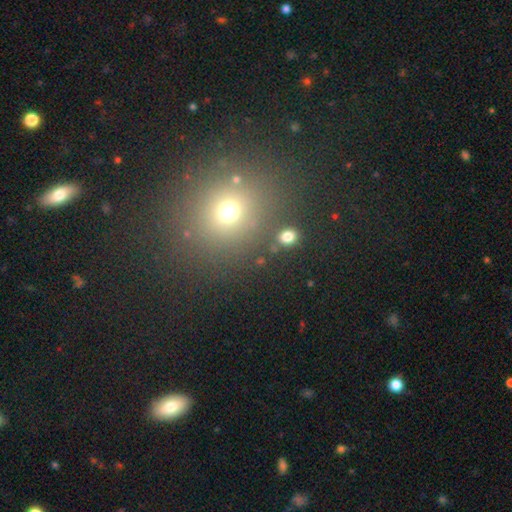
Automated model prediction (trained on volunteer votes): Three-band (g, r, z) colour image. It shows a smooth galaxy with no disk features (62%) that is round (83%). Merging: none (85%).